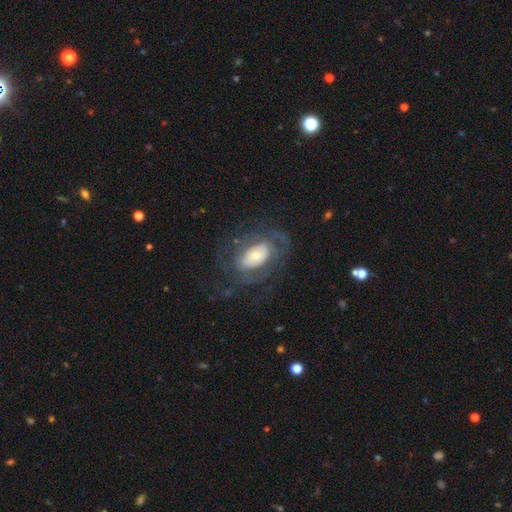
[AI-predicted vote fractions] Smooth or featured: featured or disk — 66% (smooth — 27%)
Edge-on disk: no — 94% (yes — 6%)
Bar: no — 73% (weak — 20%)
Spiral arms: yes — 67% (no — 33%)
Bulge size: moderate — 42% (small — 41%)
Merging: none — 62% (major disturbance — 20%)